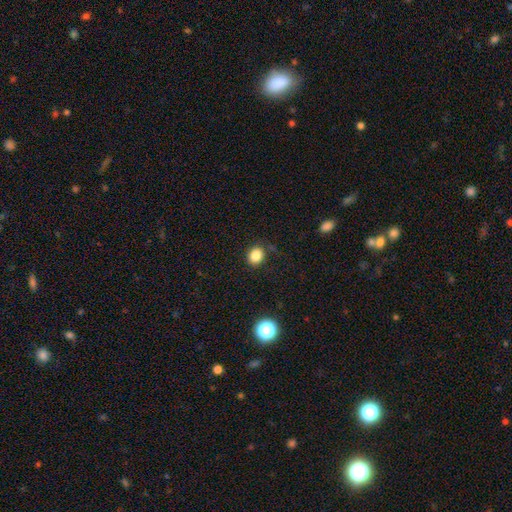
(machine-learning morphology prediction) A smooth galaxy with no disk features (84%) that is round (66%). Merging: none (84%).